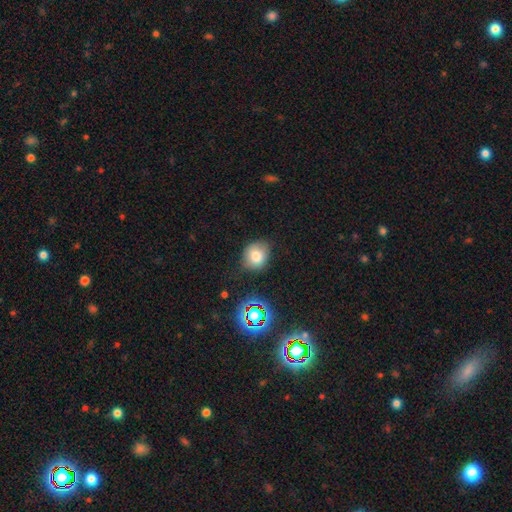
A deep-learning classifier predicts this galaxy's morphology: Overall: smooth (76%). How rounded: round (70%). Merging: none (73%).